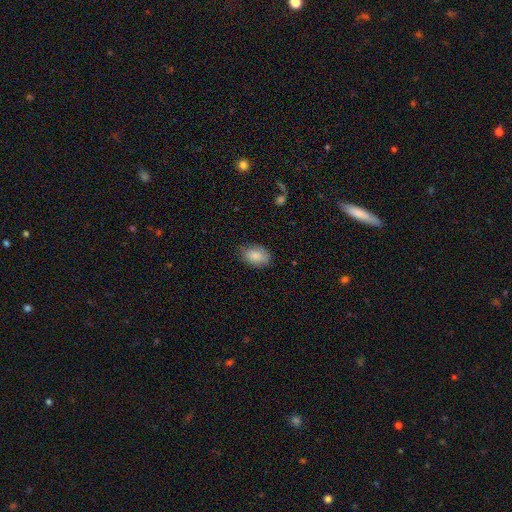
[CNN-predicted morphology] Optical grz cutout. It shows a smooth galaxy with no disk features (86%) that is in between round and cigar-shaped (87%). Merging: none (77%).